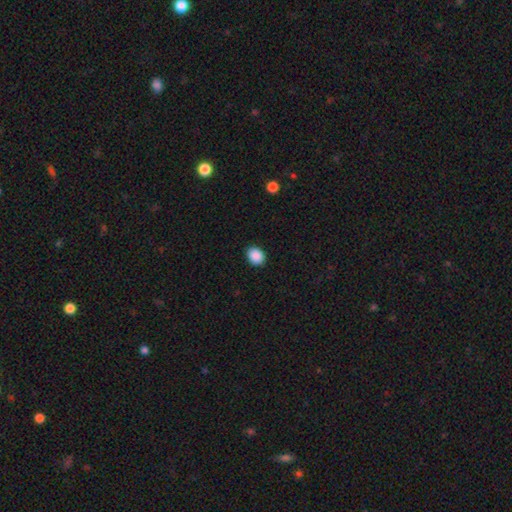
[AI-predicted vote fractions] Q: Smooth or featured?
A: smooth (89%); runner-up: star or artifact (8%)
Q: How rounded?
A: in between (53%); runner-up: round (47%)
Q: Merging?
A: none (90%); runner-up: minor disturbance (7%)